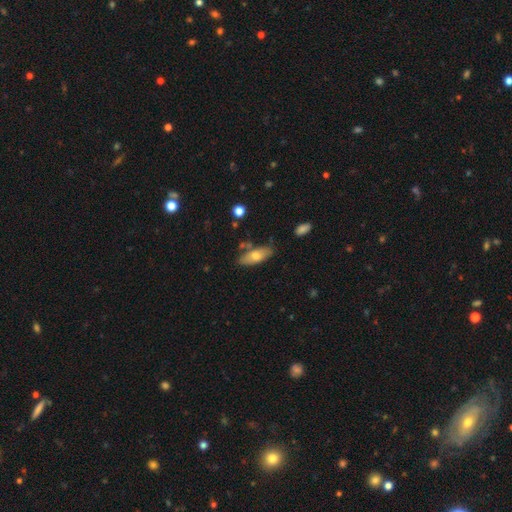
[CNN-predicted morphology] smooth_or_featured: smooth (p=0.69) [alt: featured or disk p=0.25]
how_rounded: in between (p=0.73) [alt: cigar-shaped p=0.24]
merging: none (p=0.74) [alt: minor disturbance p=0.16]